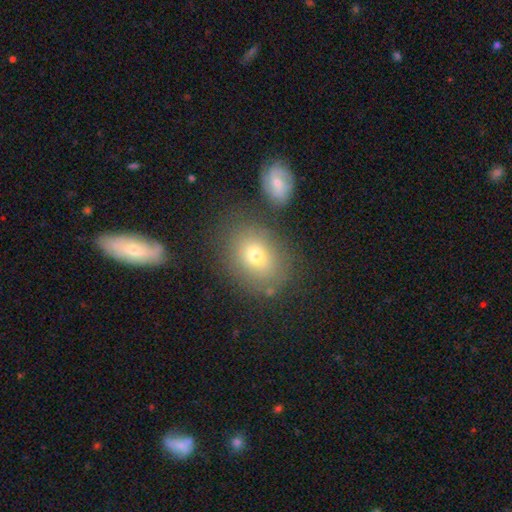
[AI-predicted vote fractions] Overall: smooth (70%). How rounded: round (50%; in between 48%). Merging: none (73%).